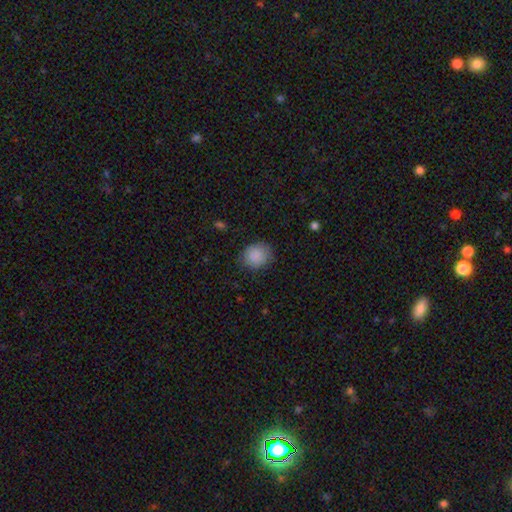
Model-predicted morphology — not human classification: type=smooth (88%); roundness=round (67%); merging=none (79%).